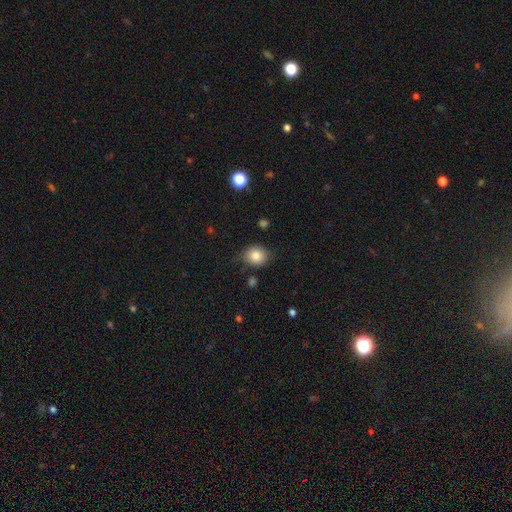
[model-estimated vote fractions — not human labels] smooth_or_featured: smooth (p=0.84) [alt: star or artifact p=0.10]
how_rounded: round (p=0.70) [alt: in between p=0.29]
merging: none (p=0.80) [alt: minor disturbance p=0.14]